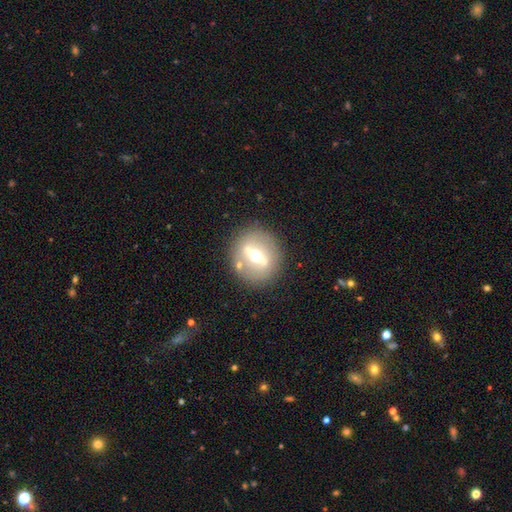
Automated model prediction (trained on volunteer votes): A featured or disk galaxy (70%).

Vote fractions:
- Smooth or featured? featured or disk: 70% / smooth: 22% / star or artifact: 8%
- Edge-on disk? no: 55% / yes: 45%
- Merging? none: 85% / minor disturbance: 9% / major disturbance: 4% / merger: 3%